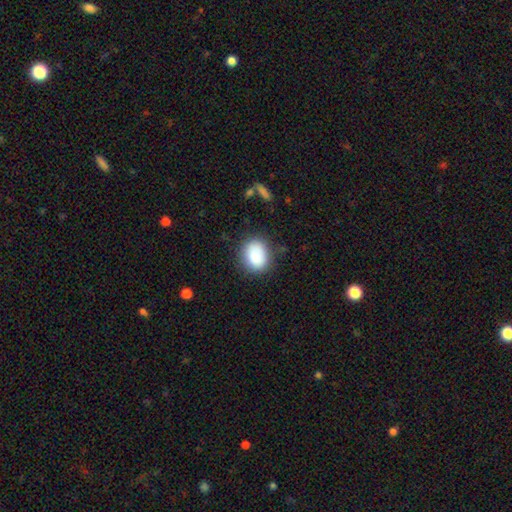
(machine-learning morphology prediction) This appears to be a smooth galaxy with no disk features (85%) that is in between round and cigar-shaped (59%). Merging: none (75%).